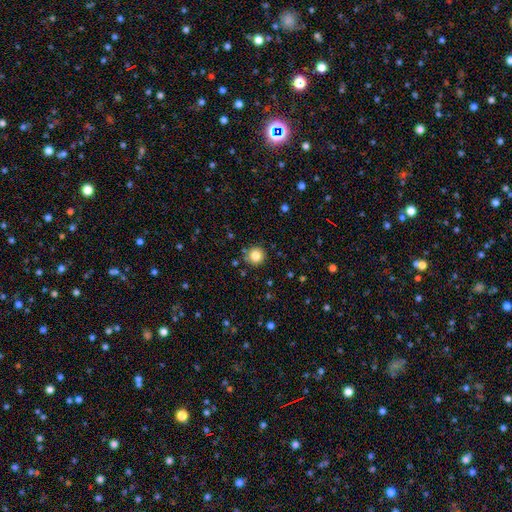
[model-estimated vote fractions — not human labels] This appears to be a smooth galaxy with no disk features (83%) that is round (94%). Merging: none (86%).